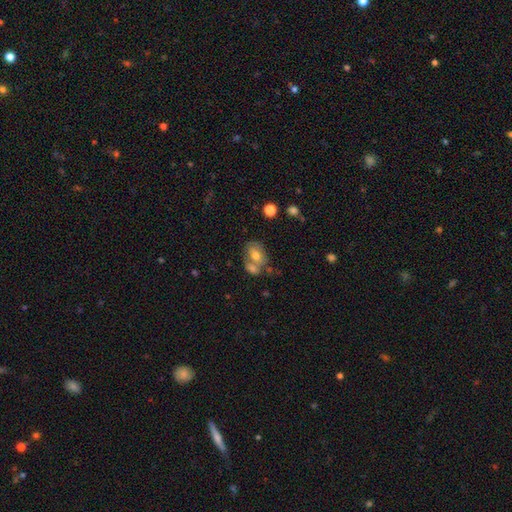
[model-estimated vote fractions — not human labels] Smooth or featured: smooth — 64% (featured or disk — 27%)
How rounded: in between — 76% (round — 23%)
Merging: merger — 43% (none — 39%)